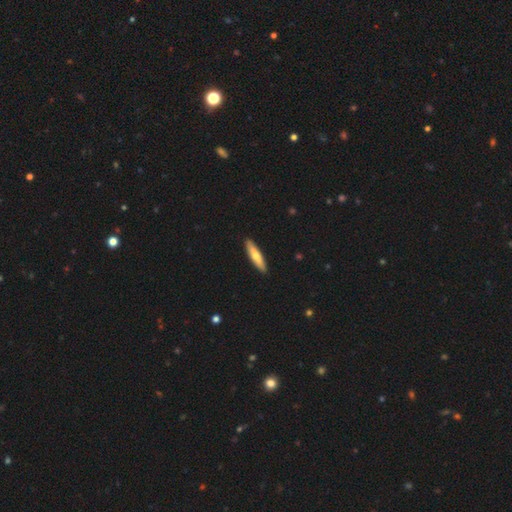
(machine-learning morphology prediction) Smooth or featured: smooth — 61% (featured or disk — 34%)
How rounded: cigar-shaped — 78% (in between — 21%)
Merging: none — 91% (minor disturbance — 7%)